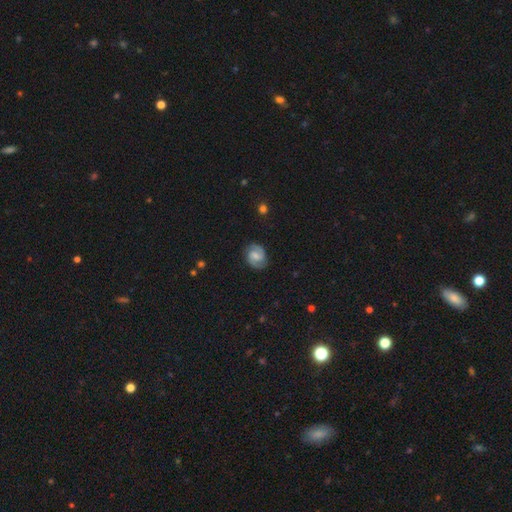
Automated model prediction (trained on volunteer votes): Morphology: type=featured or disk (72%); edge-on=no (98%); bar=weak (52%); spiral arms=yes (94%); winding=medium (49%); arm count=2 (90%); bulge=moderate (46%); merging=none (83%).